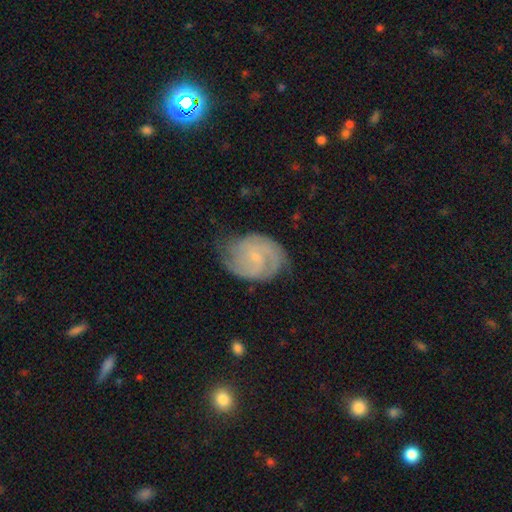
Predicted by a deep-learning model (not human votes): Q: Smooth or featured?
A: featured or disk (80%); runner-up: smooth (13%)
Q: Edge-on disk?
A: no (98%); runner-up: yes (2%)
Q: Bar?
A: no (55%); runner-up: weak (39%)
Q: Spiral arms?
A: yes (95%); runner-up: no (5%)
Q: Spiral winding?
A: tight (54%); runner-up: medium (37%)
Q: Spiral arm count?
A: 2 (46%); runner-up: can't tell (21%)
Q: Bulge size?
A: small (79%); runner-up: moderate (15%)
Q: Merging?
A: none (67%); runner-up: minor disturbance (24%)